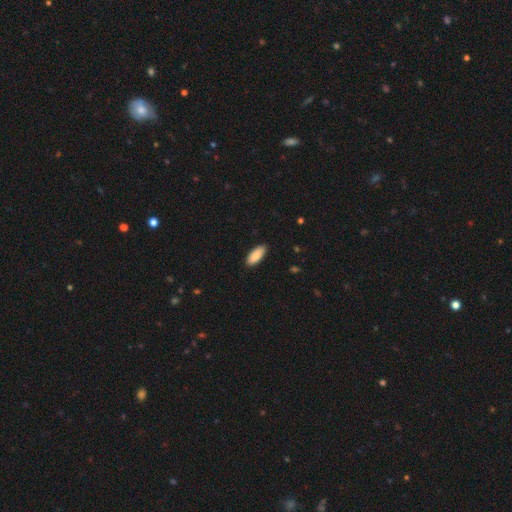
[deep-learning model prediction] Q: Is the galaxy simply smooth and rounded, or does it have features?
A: smooth — 89%.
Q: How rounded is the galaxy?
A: in between — 82%.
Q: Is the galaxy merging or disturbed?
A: none — 89%.